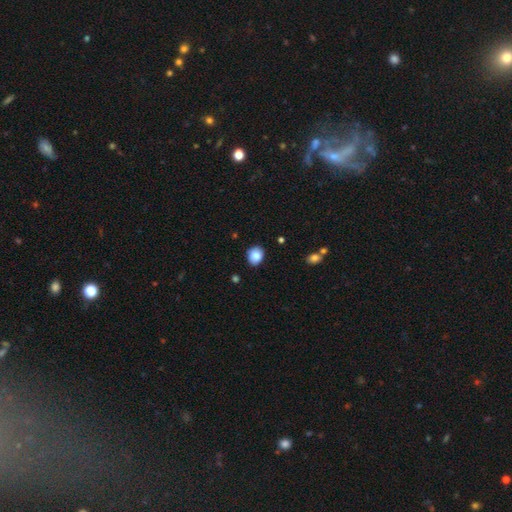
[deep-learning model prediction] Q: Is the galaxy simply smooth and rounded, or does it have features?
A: smooth — 86%.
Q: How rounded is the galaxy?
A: round — 58%.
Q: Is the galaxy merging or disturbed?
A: none — 83%.